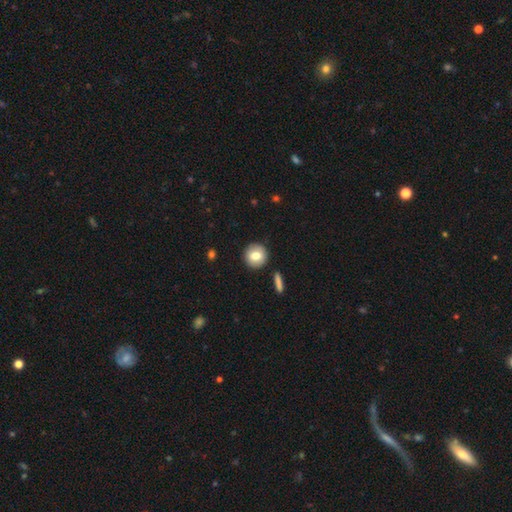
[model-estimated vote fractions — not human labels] A smooth galaxy with no disk features (78%) that is round (92%). Merging: none (90%).